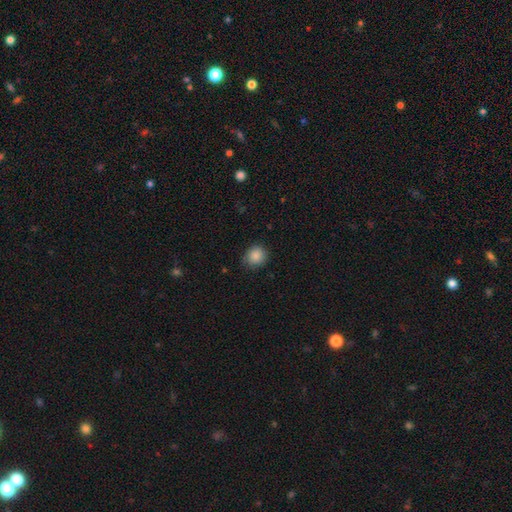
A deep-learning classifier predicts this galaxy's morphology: This is clearly a smooth galaxy (85%). How rounded: clearly round (84%). Merging: likely none (76%).